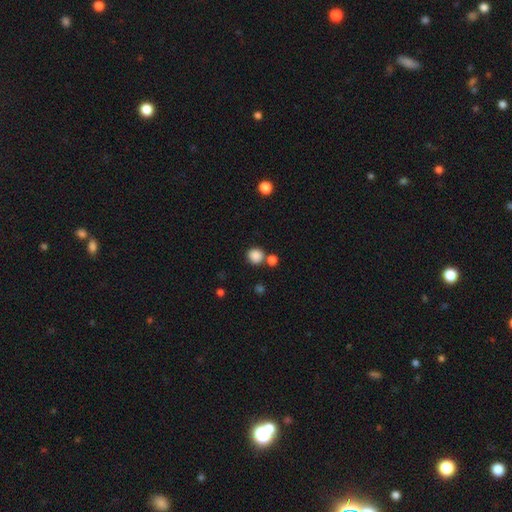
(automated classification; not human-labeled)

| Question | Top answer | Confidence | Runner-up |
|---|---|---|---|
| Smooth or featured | smooth | 86% | star or artifact (10%) |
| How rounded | round | 86% | in between (13%) |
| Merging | none | 68% | merger (19%) |